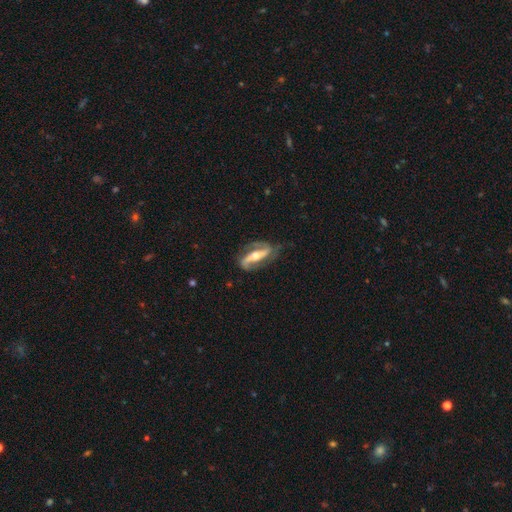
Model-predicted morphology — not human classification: This is clearly a featured or disk galaxy (87%). It is clearly not viewed edge-on (92%). Bar: possibly strong (55%). Spiral arm pattern: clearly yes (95%). Spiral arm count: clearly 2 (91%). Spiral winding: marginally medium (44%). Central bulge: likely moderate (66%). Merging: likely none (74%).